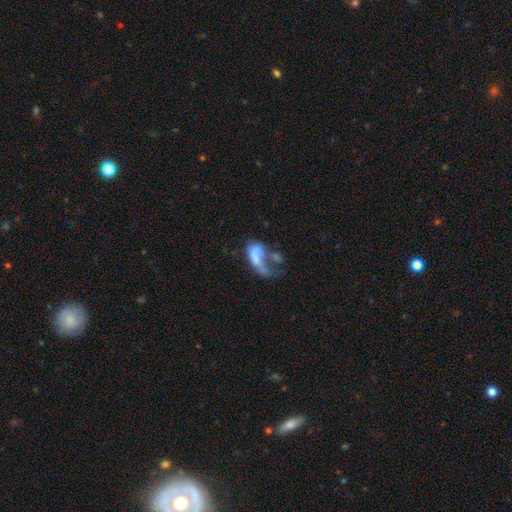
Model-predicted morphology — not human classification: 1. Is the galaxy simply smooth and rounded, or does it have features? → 46% smooth, 43% featured or disk, 11% star or artifact.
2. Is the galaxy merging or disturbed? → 49% major disturbance, 29% merger, 13% none, 10% minor disturbance.